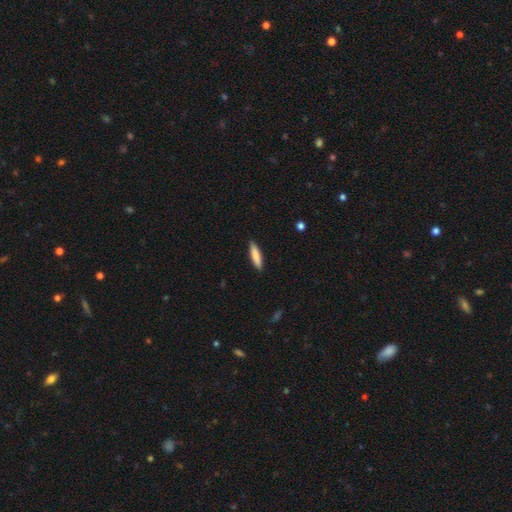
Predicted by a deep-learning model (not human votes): The model was most divided on "how rounded": cigar-shaped: 78%, in between: 21%, round: 1%. More confident: merging — none (90%); smooth or featured — smooth (82%).